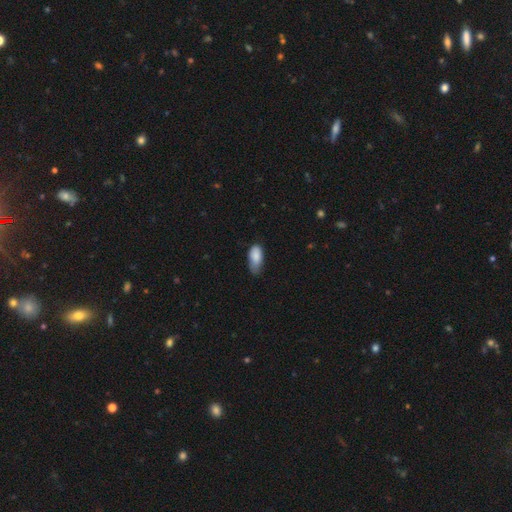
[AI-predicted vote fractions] This is clearly a smooth galaxy (85%). How rounded: clearly in between (90%). Merging: possibly none (47%).